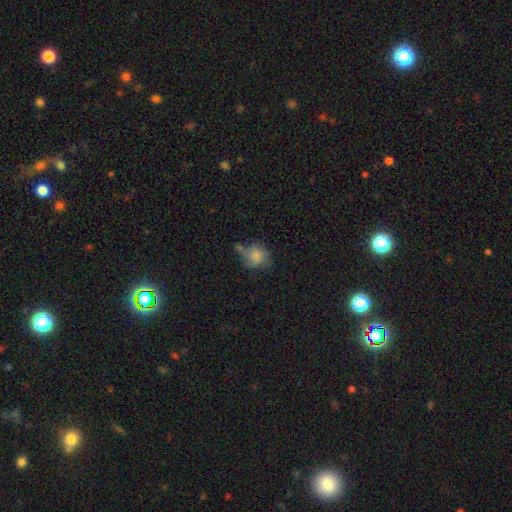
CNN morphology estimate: smooth 73%, featured or disk 18%, star or artifact 9%. Down the decision tree: how rounded — round (69%); merging — none (42%).